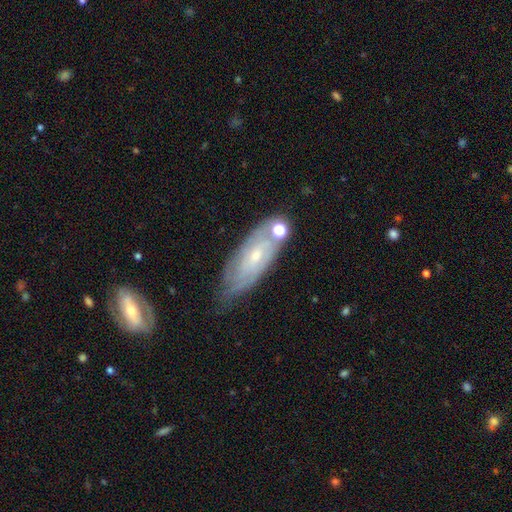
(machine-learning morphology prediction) This is likely a featured or disk galaxy (68%). It is clearly not viewed edge-on (84%). Bar: likely no (66%). Spiral arm pattern: clearly yes (82%). Central bulge: likely small (72%). Merging: possibly none (60%).